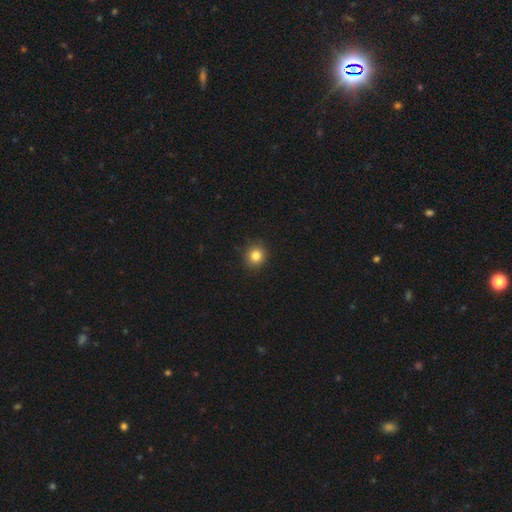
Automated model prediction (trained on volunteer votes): Smooth or featured? smooth (83%)
How rounded? round (89%)
Merging? none (91%)